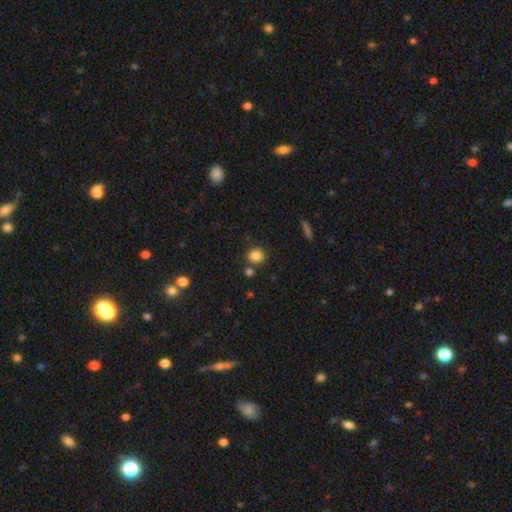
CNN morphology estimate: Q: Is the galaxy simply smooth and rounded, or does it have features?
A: smooth — 84%.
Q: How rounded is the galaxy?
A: round — 86%.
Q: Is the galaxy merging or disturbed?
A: none — 78%.